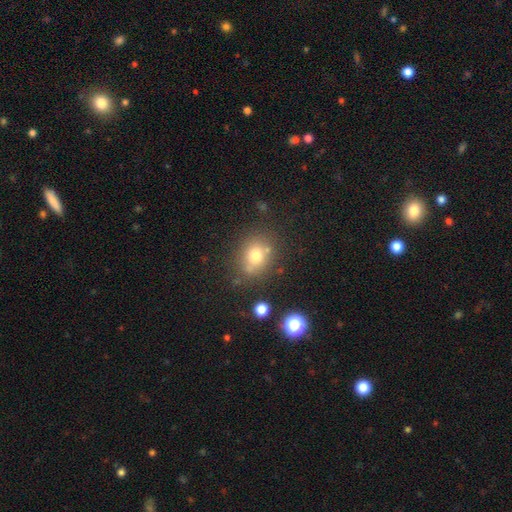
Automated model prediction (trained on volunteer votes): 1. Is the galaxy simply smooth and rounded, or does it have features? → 73% smooth, 14% star or artifact, 13% featured or disk.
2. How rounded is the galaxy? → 67% round, 32% in between, 1% cigar-shaped.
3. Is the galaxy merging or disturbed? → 71% none, 15% minor disturbance, 9% merger, 5% major disturbance.